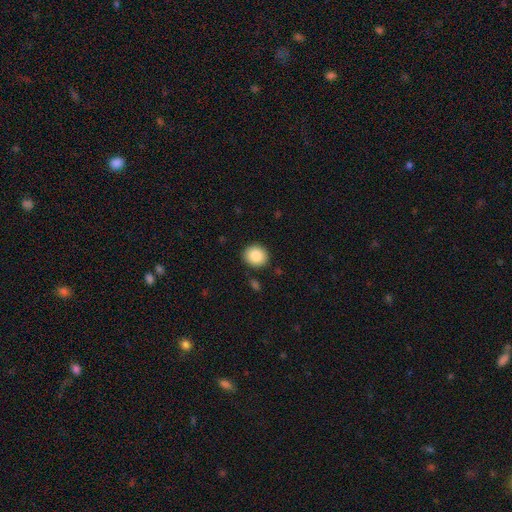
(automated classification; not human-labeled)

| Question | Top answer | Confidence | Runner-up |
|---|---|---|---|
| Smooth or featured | smooth | 87% | star or artifact (8%) |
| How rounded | round | 78% | in between (21%) |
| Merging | none | 89% | minor disturbance (7%) |